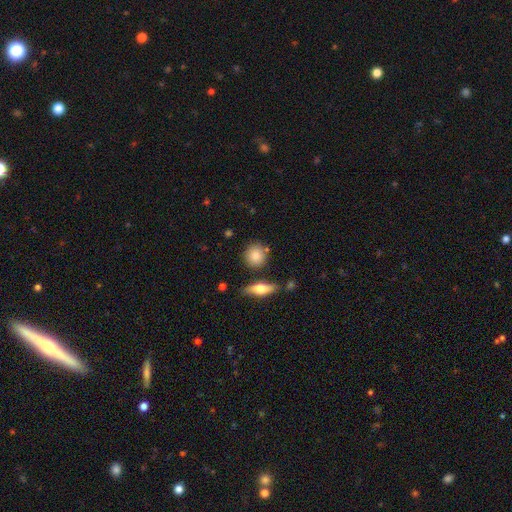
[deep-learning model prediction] smooth-or-featured: smooth: 82% | featured or disk: 10% | star or artifact: 8%
  how-rounded: round: 84% | in between: 14% | cigar-shaped: 3%
  merging: none: 80% | minor disturbance: 10% | merger: 7% | major disturbance: 3%